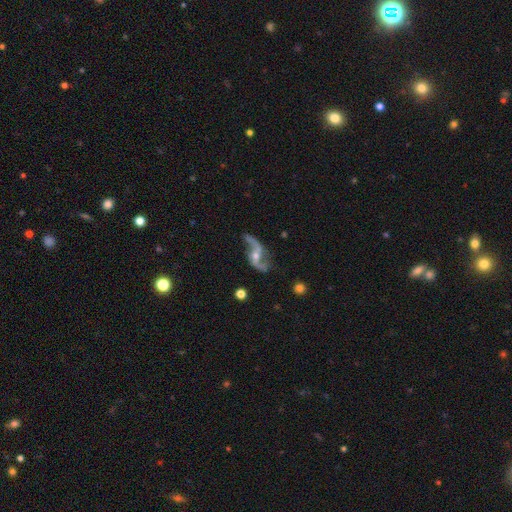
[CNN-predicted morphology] A featured or disk galaxy (89%) with no bar (55%), 2 (93%) loose (85%) spiral arms (96%) and a moderate central bulge (51%).

Vote fractions:
- Smooth or featured? featured or disk: 89% / star or artifact: 6% / smooth: 5%
- Edge-on disk? no: 95% / yes: 5%
- Bar? no: 55% / weak: 32% / strong: 13%
- Spiral arms? yes: 96% / no: 4%
- Spiral winding? loose: 85% / medium: 11% / tight: 3%
- Spiral arm count? 2: 93% / 1: 2% / can't tell: 2% / 3: 1% / 4: 1% / more than 4: 1%
- Bulge size? moderate: 51% / small: 42% / none: 3% / large: 3% / dominant: 1%
- Merging? none: 69% / minor disturbance: 17% / major disturbance: 10% / merger: 3%